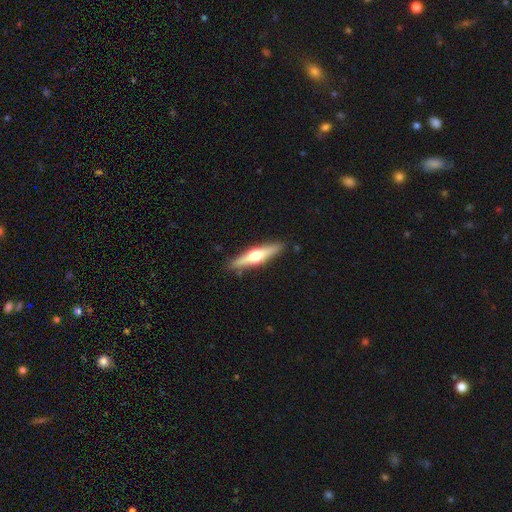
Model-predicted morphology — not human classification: Overall: featured or disk (63%; smooth 32%). Edge-on disk: yes (96%). Edge-on bulge: rounded (94%). Merging: none (88%).